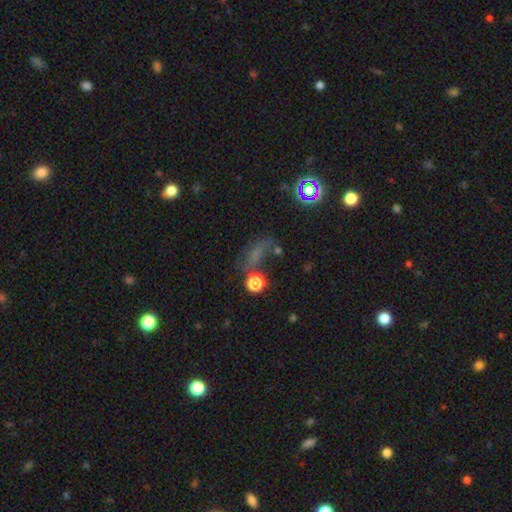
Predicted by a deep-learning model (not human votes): Smooth or featured: star or artifact — 40% (tied with smooth — 40%)